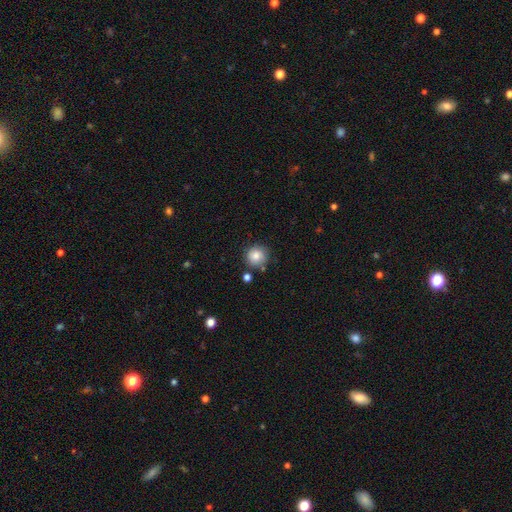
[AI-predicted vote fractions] Smooth or featured?
  - smooth: 83% *
  - star or artifact: 10%
  - featured or disk: 8%
How rounded?
  - round: 92% *
  - in between: 7%
  - cigar-shaped: 1%
Merging?
  - none: 80% *
  - minor disturbance: 11%
  - merger: 6%
  - major disturbance: 3%